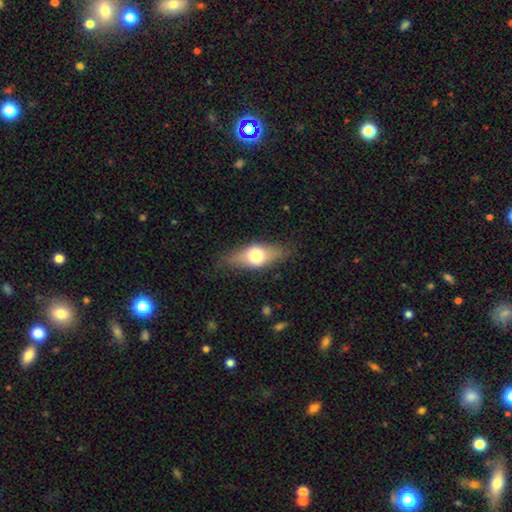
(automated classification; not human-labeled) smooth-or-featured: smooth: 61% | featured or disk: 32% | star or artifact: 7%
  how-rounded: in between: 74% | cigar-shaped: 20% | round: 7%
  merging: none: 78% | minor disturbance: 16% | major disturbance: 5% | merger: 1%